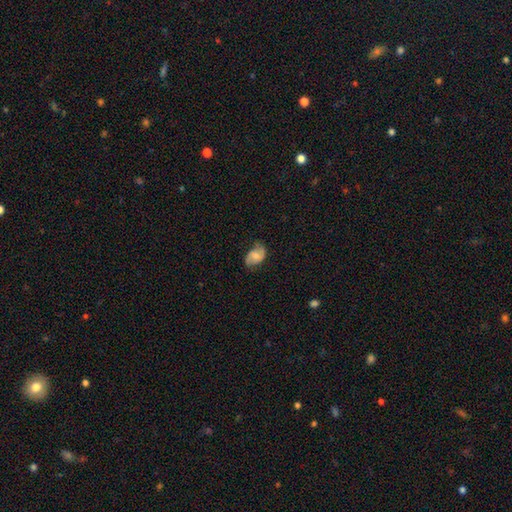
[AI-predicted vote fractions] Smooth or featured? featured or disk (48%)
Merging? none (65%)